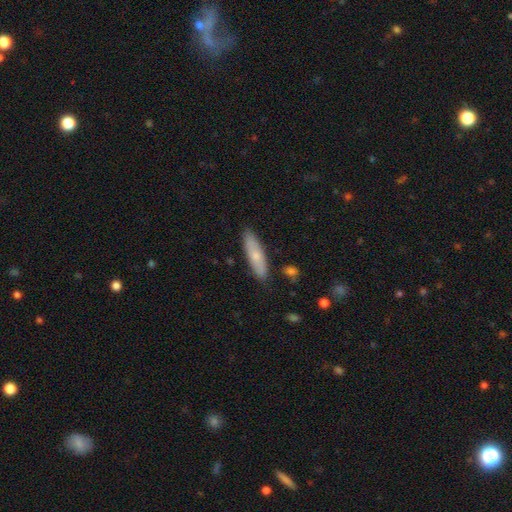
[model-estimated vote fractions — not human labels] This is likely a smooth galaxy (67%). How rounded: likely cigar-shaped (67%). Merging: clearly none (86%).